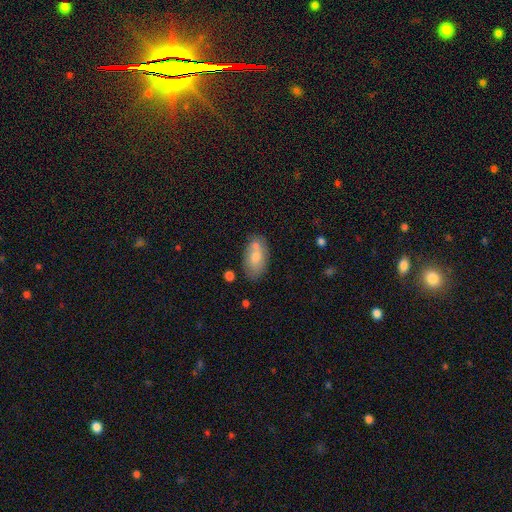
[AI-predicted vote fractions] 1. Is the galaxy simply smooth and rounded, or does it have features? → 74% smooth, 19% featured or disk, 7% star or artifact.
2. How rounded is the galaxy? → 92% in between, 5% round, 3% cigar-shaped.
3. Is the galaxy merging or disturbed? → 61% none, 18% minor disturbance, 17% merger, 4% major disturbance.